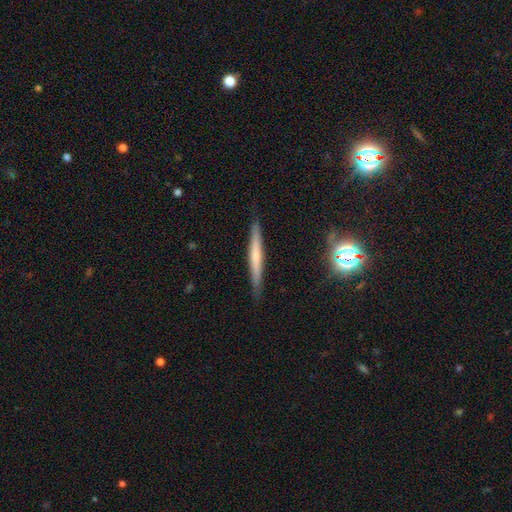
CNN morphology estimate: A featured or disk galaxy (47%). Merging: none (89%).